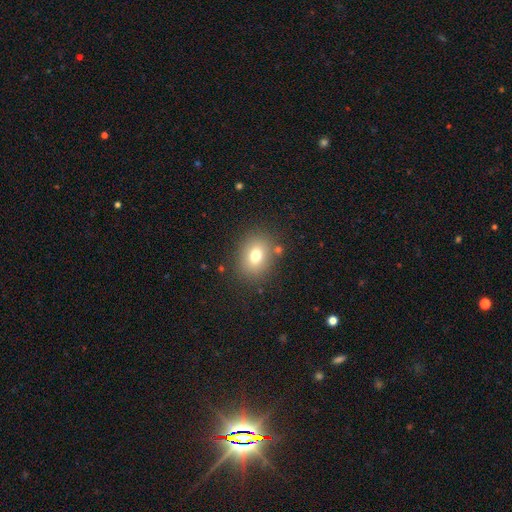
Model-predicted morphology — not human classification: Overall: smooth (74%). How rounded: in between (50%; round 49%). Merging: none (83%).